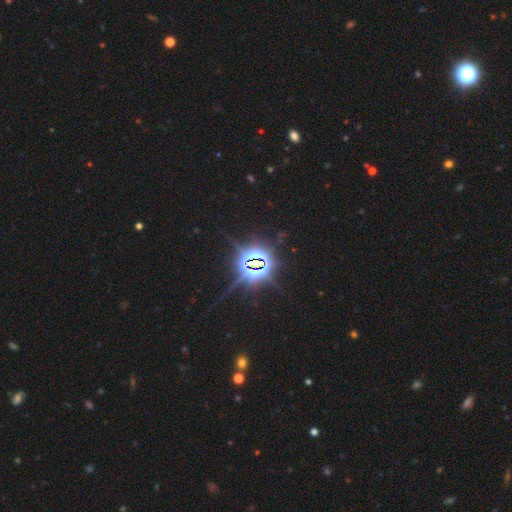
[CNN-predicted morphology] Smooth or featured: star or artifact — 85% (featured or disk — 8%)